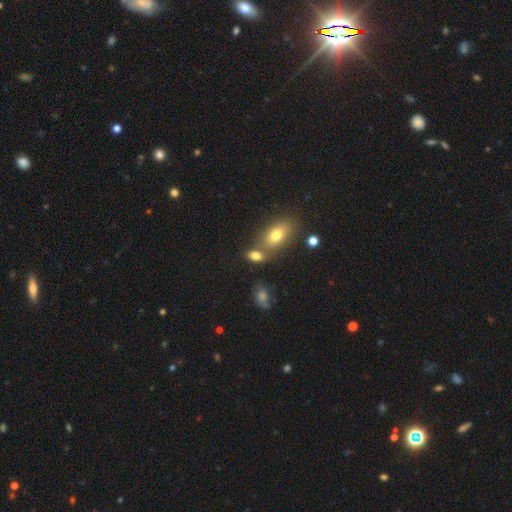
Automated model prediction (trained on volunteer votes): Morphology: type=smooth (78%); roundness=in between (83%); merging=none (55%).